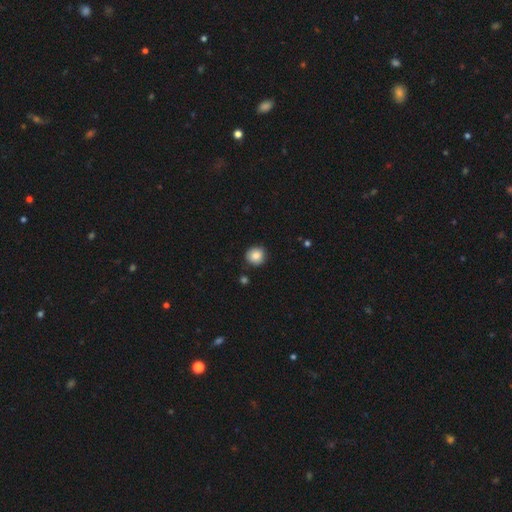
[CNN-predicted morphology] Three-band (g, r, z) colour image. It shows a smooth galaxy with no disk features (86%) that is round (92%). Merging: none (88%).